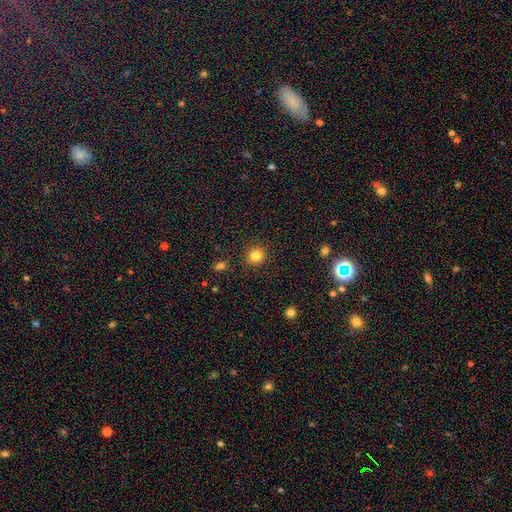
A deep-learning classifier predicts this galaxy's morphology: Overall: smooth (82%). How rounded: round (89%). Merging: none (90%).